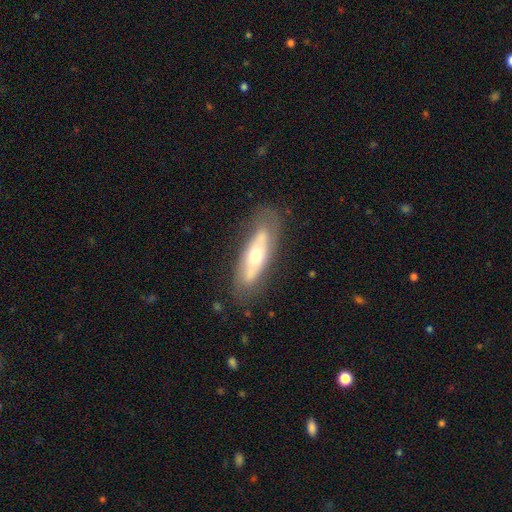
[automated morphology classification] This is possibly a featured or disk galaxy (58%). It is likely not viewed edge-on (69%). Merging: likely none (75%).